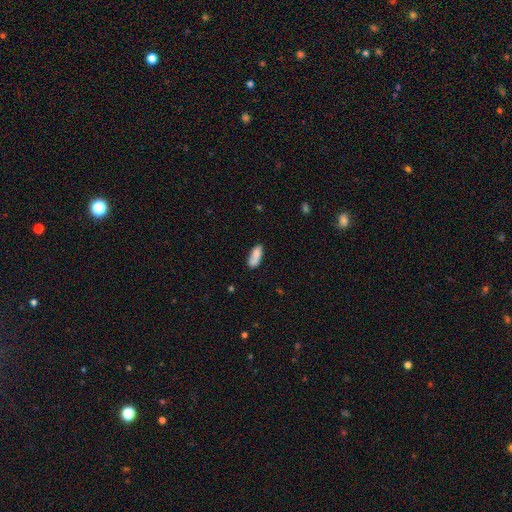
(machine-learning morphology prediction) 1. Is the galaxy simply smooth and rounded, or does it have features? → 82% smooth, 11% featured or disk, 7% star or artifact.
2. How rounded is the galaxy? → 72% in between, 25% cigar-shaped, 2% round.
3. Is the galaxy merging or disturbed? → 64% none, 22% minor disturbance, 9% merger, 5% major disturbance.